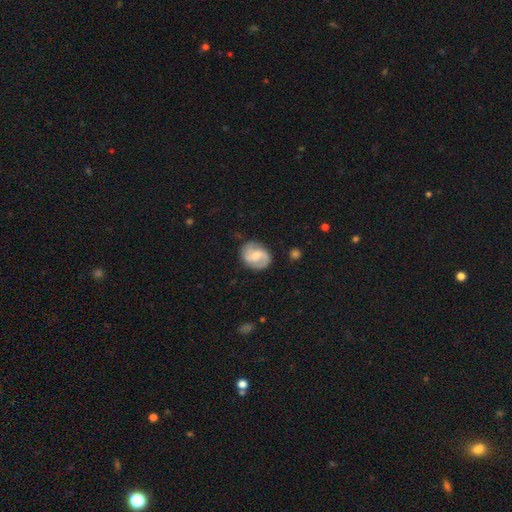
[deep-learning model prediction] Morphology: type=featured or disk (73%); edge-on=no (98%); bar=weak (52%); spiral arms=yes (93%); winding=medium (49%); arm count=2 (89%); bulge=moderate (47%); merging=none (80%).